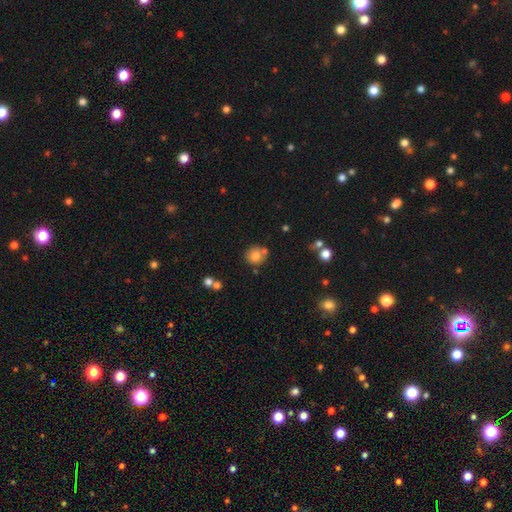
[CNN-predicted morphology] Smooth or featured? smooth (77%)
How rounded? round (85%)
Merging? none (67%)